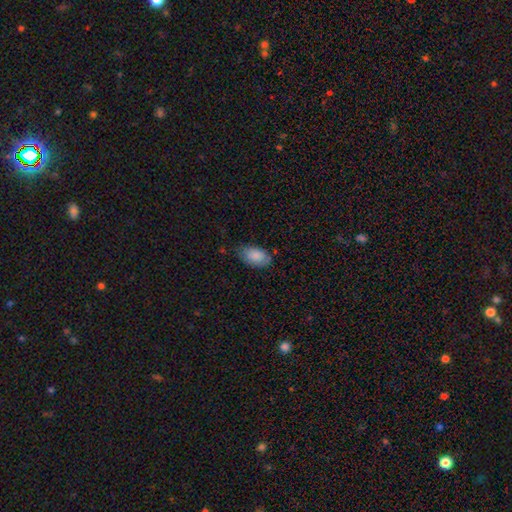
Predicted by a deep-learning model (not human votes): smooth_or_featured: smooth (p=0.86) [alt: featured or disk p=0.08]
how_rounded: in between (p=0.94) [alt: round p=0.05]
merging: none (p=0.66) [alt: minor disturbance p=0.27]